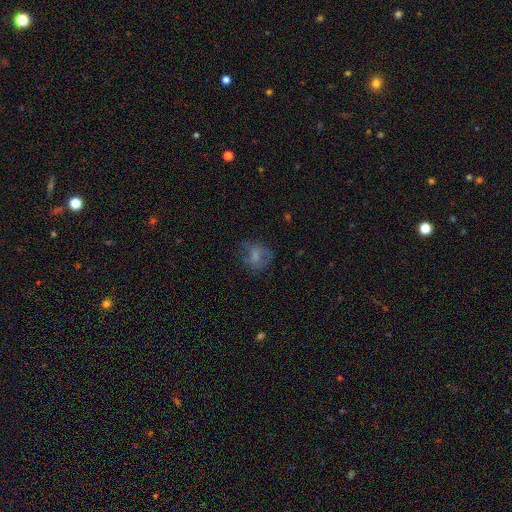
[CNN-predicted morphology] This appears to be a smooth galaxy with no disk features (60%) that is round (64%). Merging: none (52%).